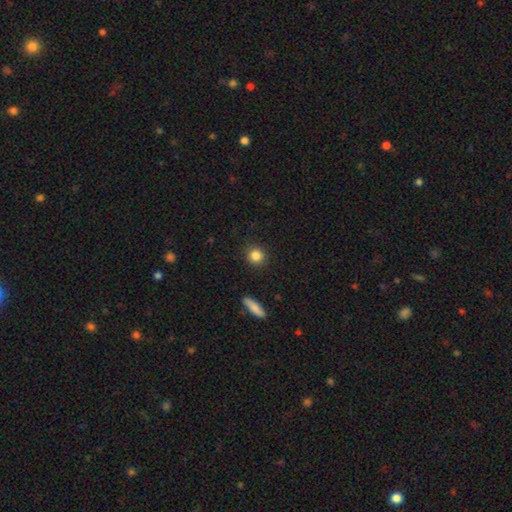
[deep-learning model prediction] smooth-or-featured: smooth: 85% | star or artifact: 10% | featured or disk: 5%
  how-rounded: round: 89% | in between: 9% | cigar-shaped: 2%
  merging: none: 90% | minor disturbance: 6% | major disturbance: 2% | merger: 1%